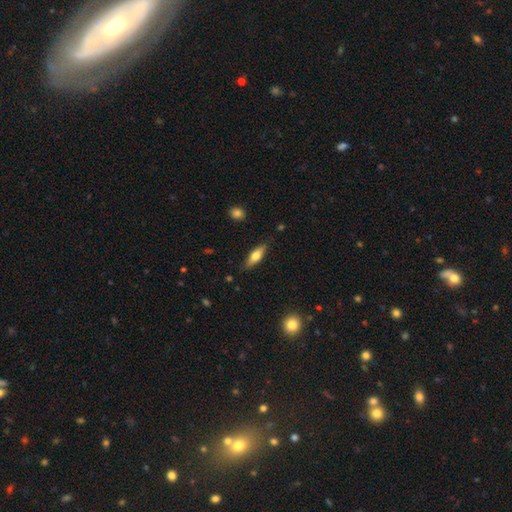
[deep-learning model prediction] smooth 63%, featured or disk 31%, star or artifact 6%. Down the decision tree: how rounded — in between (57%); merging — none (82%).